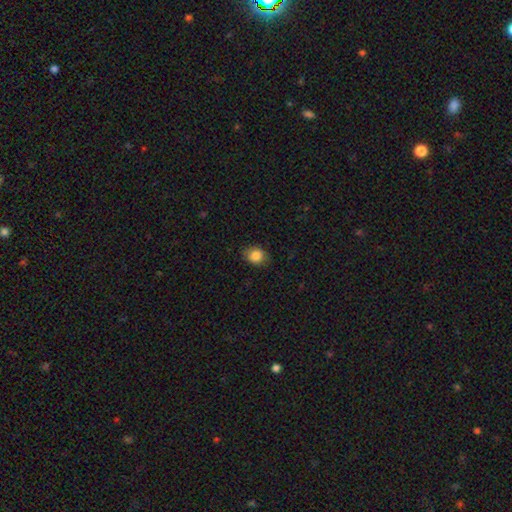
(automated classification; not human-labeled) smooth-or-featured: smooth: 86% | star or artifact: 9% | featured or disk: 5%
  how-rounded: round: 54% | in between: 45% | cigar-shaped: 1%
  merging: none: 84% | minor disturbance: 12% | major disturbance: 3% | merger: 1%